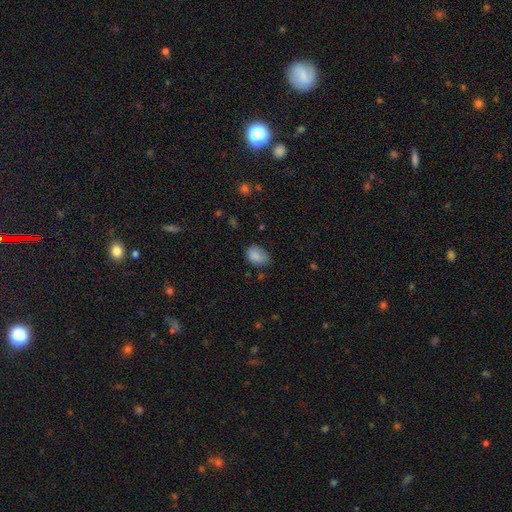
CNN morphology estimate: smooth-or-featured: smooth: 85% | star or artifact: 8% | featured or disk: 7%
  how-rounded: in between: 75% | round: 24% | cigar-shaped: 1%
  merging: none: 64% | minor disturbance: 28% | major disturbance: 6% | merger: 2%